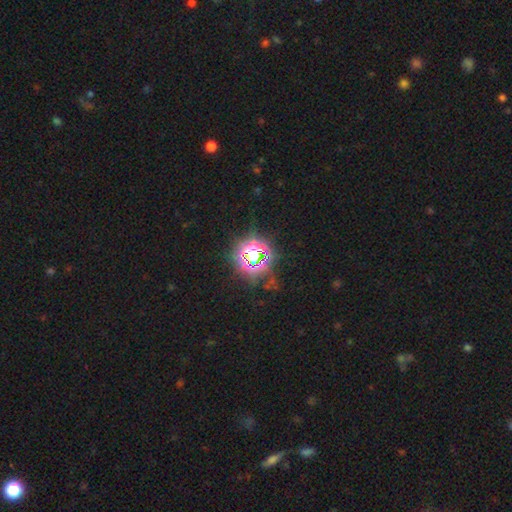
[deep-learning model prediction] star or artifact 76%, smooth 15%, featured or disk 9%.